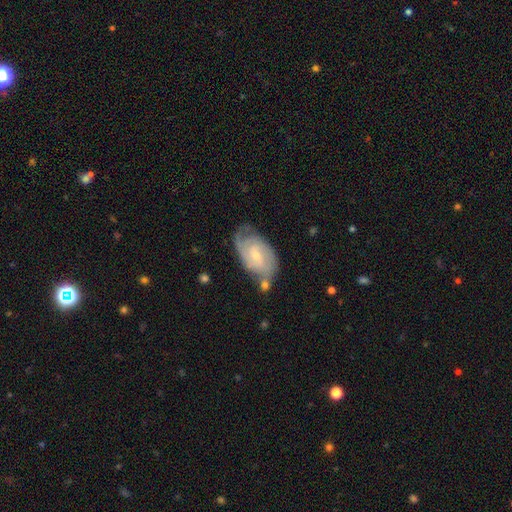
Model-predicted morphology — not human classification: A featured or disk galaxy (76%) with a weak bar (50%), 2 (56%) tight (51%) spiral arms (93%) and a small central bulge (63%).

Vote fractions:
- Smooth or featured? featured or disk: 76% / smooth: 18% / star or artifact: 6%
- Edge-on disk? no: 96% / yes: 4%
- Bar? weak: 50% / no: 41% / strong: 9%
- Spiral arms? yes: 93% / no: 7%
- Spiral winding? tight: 51% / medium: 38% / loose: 11%
- Spiral arm count? 2: 56% / can't tell: 24% / 3: 11% / 1: 4% / 4: 3% / more than 4: 2%
- Bulge size? small: 63% / moderate: 32% / none: 3% / large: 1% / dominant: 1%
- Merging? none: 59% / minor disturbance: 23% / merger: 9% / major disturbance: 8%